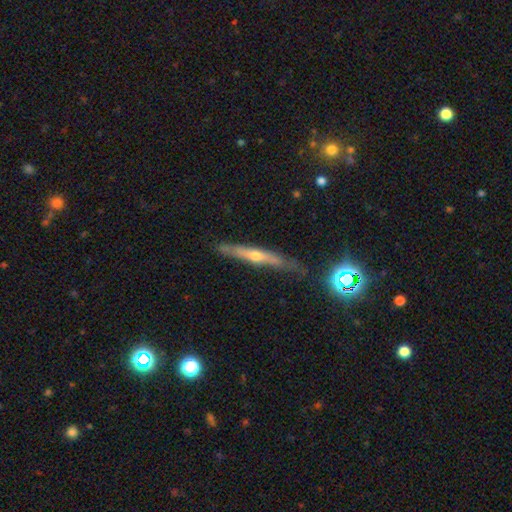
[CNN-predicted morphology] This appears to be a featured or disk galaxy (63%) viewed edge-on (92%) with a rounded central bulge (81%). Merging: none (78%).